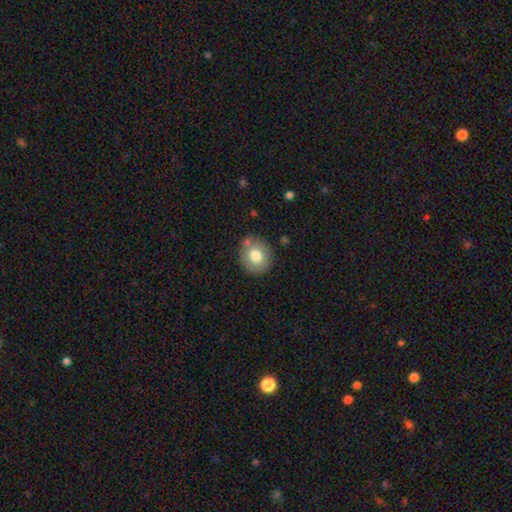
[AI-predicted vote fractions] Q: Smooth or featured?
A: smooth (75%); runner-up: featured or disk (16%)
Q: How rounded?
A: round (77%); runner-up: in between (23%)
Q: Merging?
A: none (76%); runner-up: minor disturbance (14%)